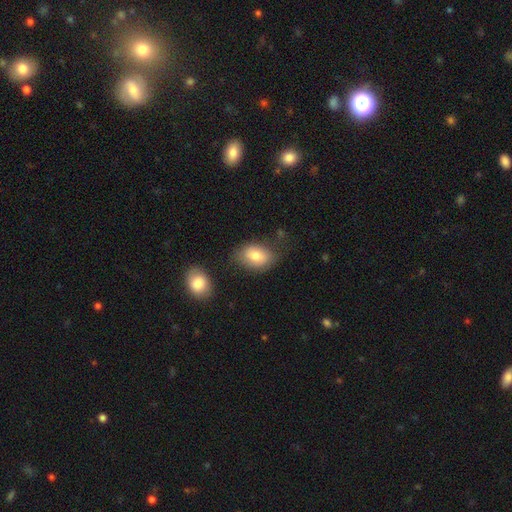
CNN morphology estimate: Smooth or featured?
  - smooth: 79% *
  - featured or disk: 13%
  - star or artifact: 8%
How rounded?
  - in between: 82% *
  - round: 16%
  - cigar-shaped: 1%
Merging?
  - none: 68% *
  - minor disturbance: 20%
  - merger: 6%
  - major disturbance: 6%